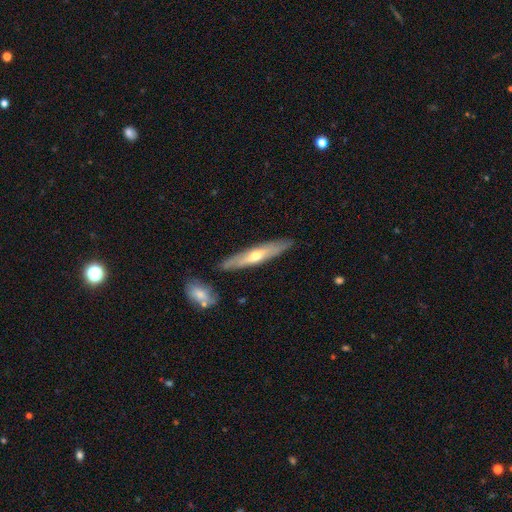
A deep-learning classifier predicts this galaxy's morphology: This appears to be a featured or disk galaxy (57%) viewed edge-on (82%). Merging: none (85%).